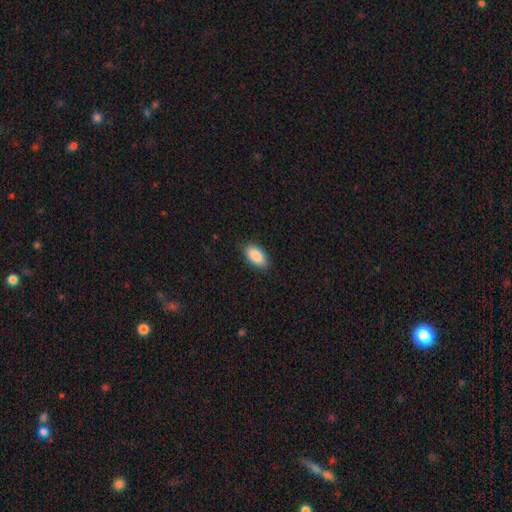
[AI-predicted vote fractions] Q: Smooth or featured?
A: smooth (89%); runner-up: star or artifact (6%)
Q: How rounded?
A: in between (94%); runner-up: round (4%)
Q: Merging?
A: none (85%); runner-up: minor disturbance (12%)